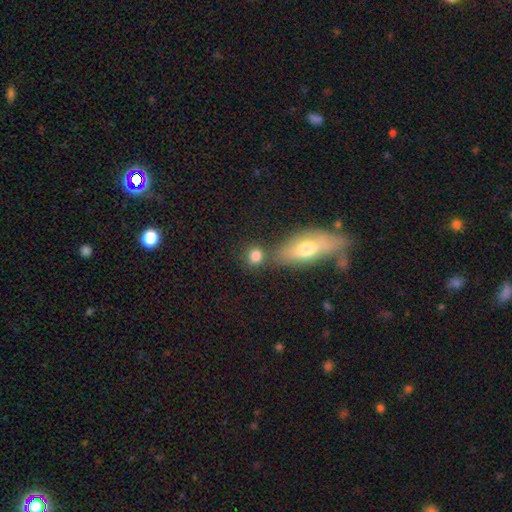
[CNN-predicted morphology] The model was most divided on "merging": none: 61%, merger: 24%, minor disturbance: 11%, major disturbance: 5%. More confident: smooth or featured — smooth (82%); how rounded — round (68%).